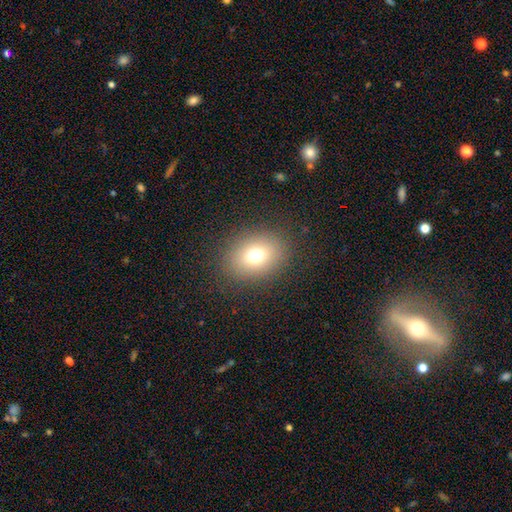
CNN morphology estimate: Smooth or featured: smooth — 72% (star or artifact — 16%)
How rounded: in between — 53% (round — 47%)
Merging: none — 86% (minor disturbance — 8%)